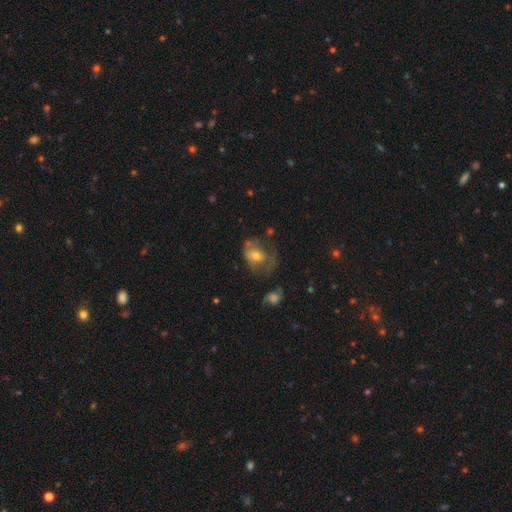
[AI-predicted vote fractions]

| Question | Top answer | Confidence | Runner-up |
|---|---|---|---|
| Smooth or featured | smooth | 48% | featured or disk (42%) |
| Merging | none | 37% | major disturbance (31%) |